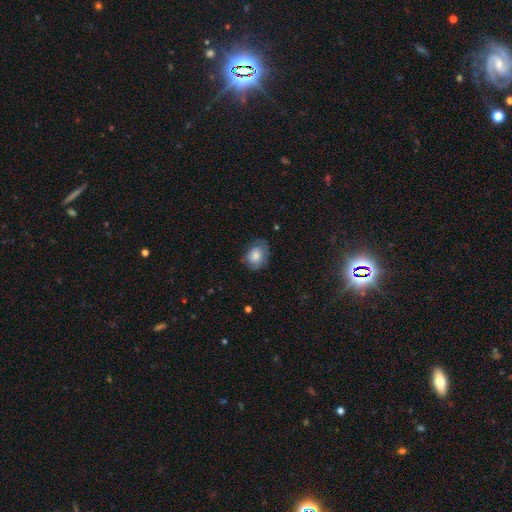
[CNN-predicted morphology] smooth-or-featured: smooth: 70% | featured or disk: 22% | star or artifact: 8%
  how-rounded: in between: 59% | round: 40% | cigar-shaped: 1%
  merging: none: 59% | minor disturbance: 29% | major disturbance: 10% | merger: 1%